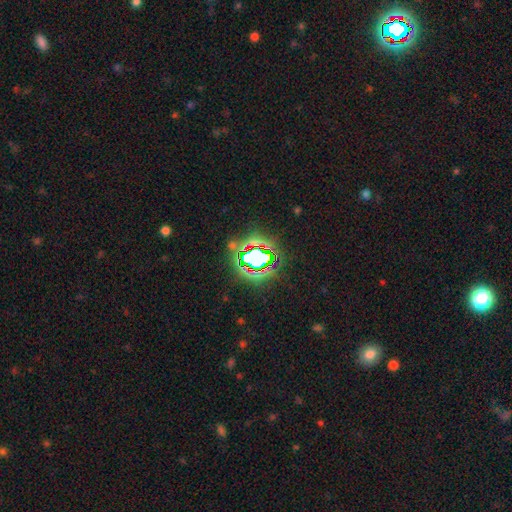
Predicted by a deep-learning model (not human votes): Smooth or featured?
  - star or artifact: 69% *
  - smooth: 18%
  - featured or disk: 13%